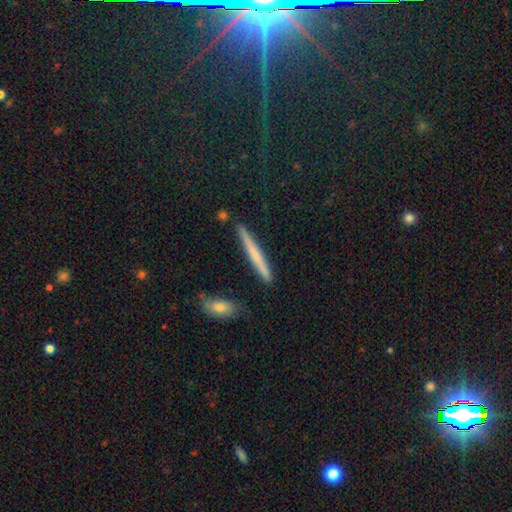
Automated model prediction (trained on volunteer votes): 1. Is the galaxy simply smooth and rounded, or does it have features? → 55% smooth, 36% featured or disk, 9% star or artifact.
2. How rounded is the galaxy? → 95% cigar-shaped, 3% in between, 2% round.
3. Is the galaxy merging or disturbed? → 88% none, 9% minor disturbance, 2% merger, 2% major disturbance.